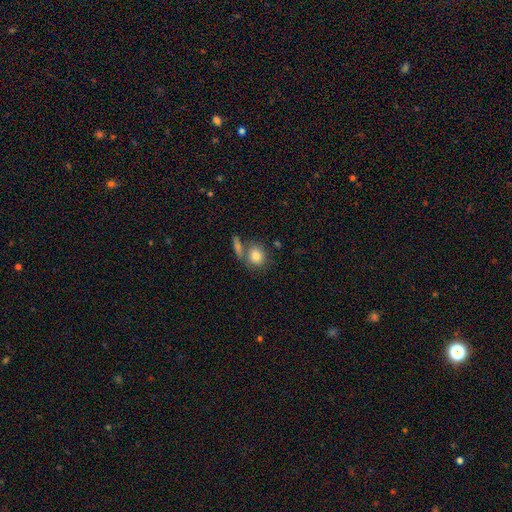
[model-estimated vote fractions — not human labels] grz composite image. It shows a smooth galaxy with no disk features (82%) that is round (66%). Merging: none (54%).